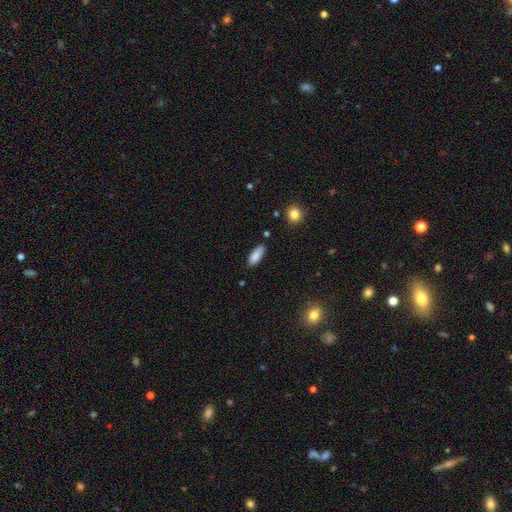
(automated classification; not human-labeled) Smooth or featured?
  - smooth: 87% *
  - star or artifact: 7%
  - featured or disk: 6%
How rounded?
  - in between: 75% *
  - cigar-shaped: 23%
  - round: 2%
Merging?
  - none: 83% *
  - minor disturbance: 13%
  - major disturbance: 2%
  - merger: 2%